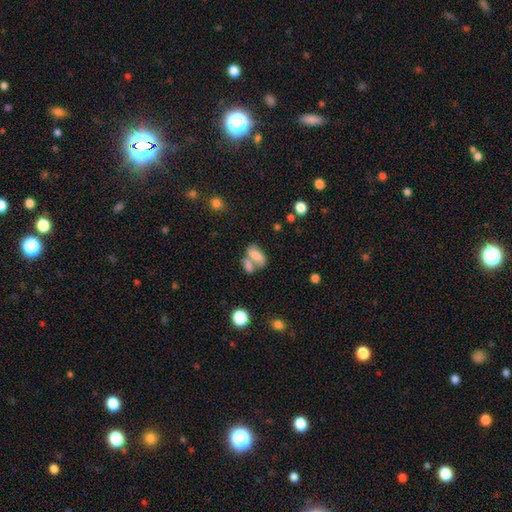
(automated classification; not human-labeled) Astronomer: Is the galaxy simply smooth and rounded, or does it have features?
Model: smooth — 72%.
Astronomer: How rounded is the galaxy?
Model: in between — 86%.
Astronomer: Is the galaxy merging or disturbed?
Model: merger — 55%.